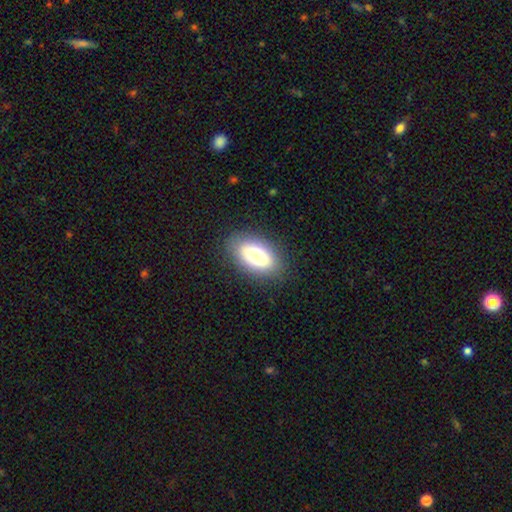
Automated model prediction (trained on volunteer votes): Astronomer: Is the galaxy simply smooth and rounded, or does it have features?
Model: smooth — 75%.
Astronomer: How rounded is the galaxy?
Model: in between — 90%.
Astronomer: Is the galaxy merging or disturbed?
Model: none — 84%.